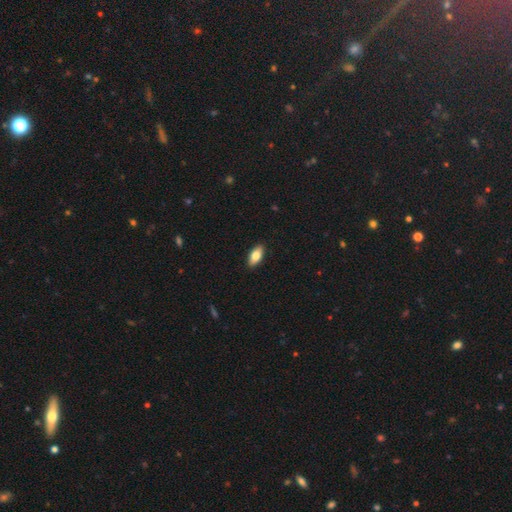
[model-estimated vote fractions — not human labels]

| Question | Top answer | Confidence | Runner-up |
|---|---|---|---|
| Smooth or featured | smooth | 78% | featured or disk (16%) |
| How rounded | in between | 87% | cigar-shaped (10%) |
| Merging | none | 90% | minor disturbance (8%) |